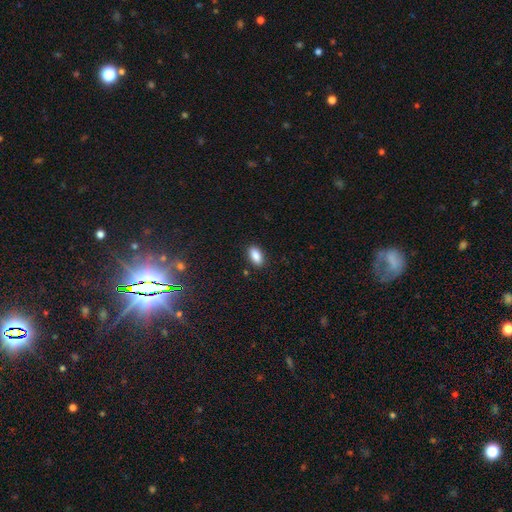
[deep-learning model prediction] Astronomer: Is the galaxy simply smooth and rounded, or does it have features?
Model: smooth — 87%.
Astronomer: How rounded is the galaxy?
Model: in between — 90%.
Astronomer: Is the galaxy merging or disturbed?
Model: none — 88%.